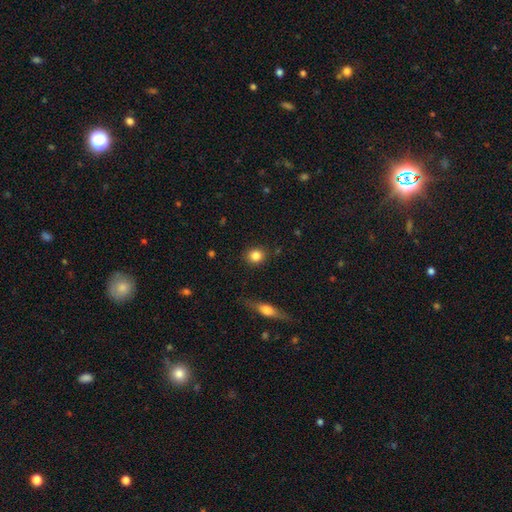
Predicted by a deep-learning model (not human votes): Smooth or featured? smooth (84%)
How rounded? round (85%)
Merging? none (89%)